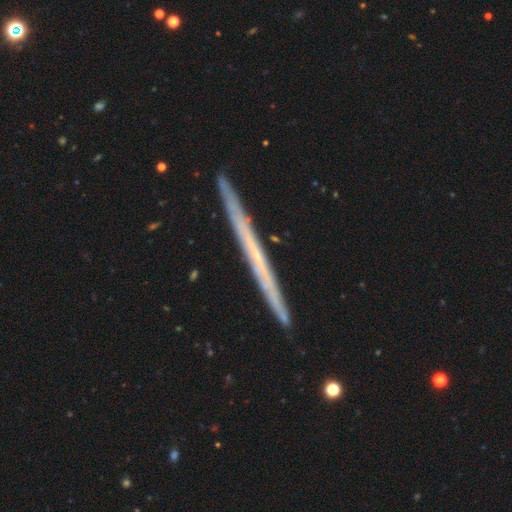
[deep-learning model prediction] A featured or disk galaxy (63%) viewed edge-on (97%) with no central bulge (92%).

Vote fractions:
- Smooth or featured? featured or disk: 63% / smooth: 30% / star or artifact: 7%
- Edge-on disk? yes: 97% / no: 3%
- Edge-on bulge? none: 92% / rounded: 6% / boxy: 2%
- Merging? none: 90% / minor disturbance: 7% / merger: 1% / major disturbance: 1%